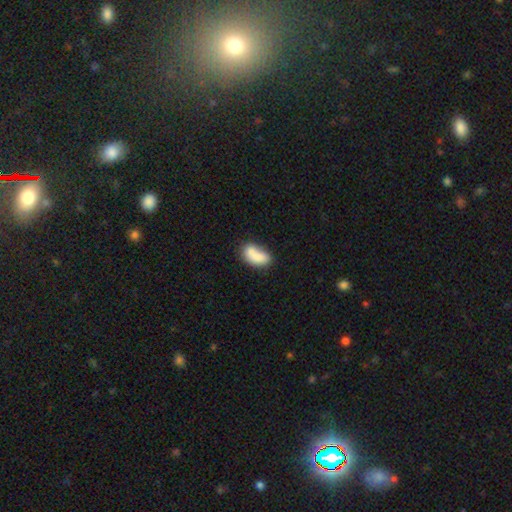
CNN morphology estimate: Q: Smooth or featured?
A: smooth (75%); runner-up: featured or disk (17%)
Q: How rounded?
A: in between (88%); runner-up: round (9%)
Q: Merging?
A: merger (43%); runner-up: none (34%)